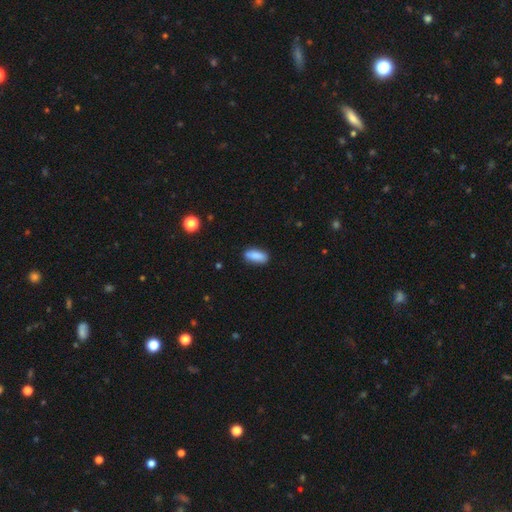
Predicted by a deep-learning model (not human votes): A smooth galaxy with no disk features (87%) that is in between round and cigar-shaped (79%). Merging: none (84%).